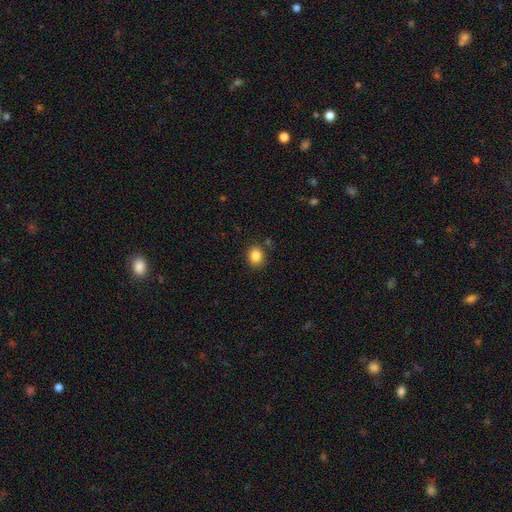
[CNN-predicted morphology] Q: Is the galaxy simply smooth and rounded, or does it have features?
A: smooth — 85%.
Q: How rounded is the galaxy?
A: round — 62%.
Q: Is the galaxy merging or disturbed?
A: none — 86%.